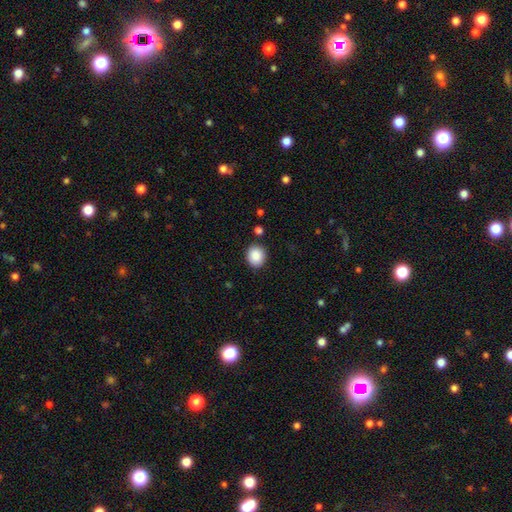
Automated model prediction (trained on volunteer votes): Smooth or featured: smooth — 88% (star or artifact — 8%)
How rounded: round — 72% (in between — 27%)
Merging: none — 87% (minor disturbance — 8%)